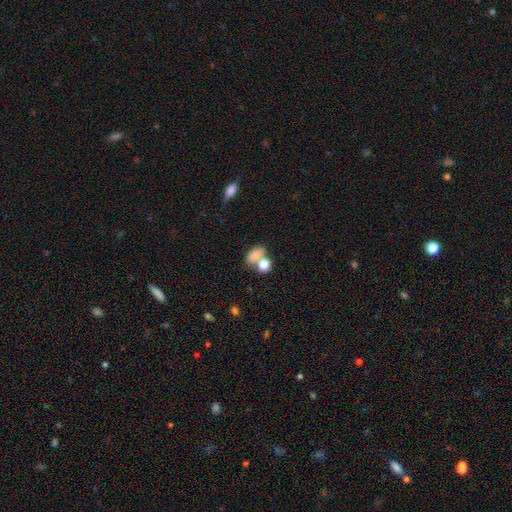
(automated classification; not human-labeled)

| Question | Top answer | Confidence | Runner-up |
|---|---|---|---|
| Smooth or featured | smooth | 78% | featured or disk (12%) |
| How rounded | in between | 68% | round (29%) |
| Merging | merger | 51% | none (33%) |